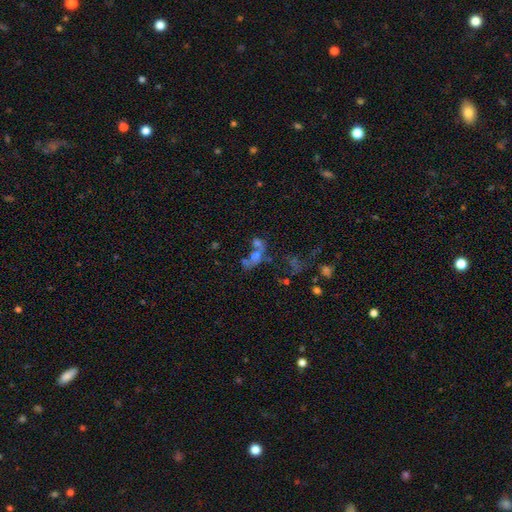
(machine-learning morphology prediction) Smooth or featured: smooth — 42% (featured or disk — 32%)
Merging: merger — 54% (none — 23%)